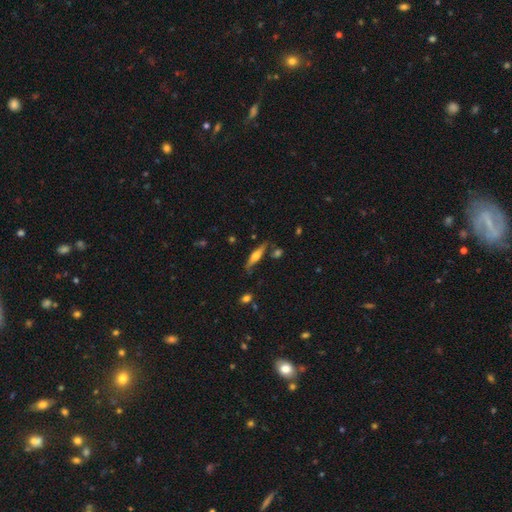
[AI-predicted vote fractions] This is possibly a featured or disk galaxy (53%). It is clearly viewed edge-on (91%). Merging: likely none (74%).